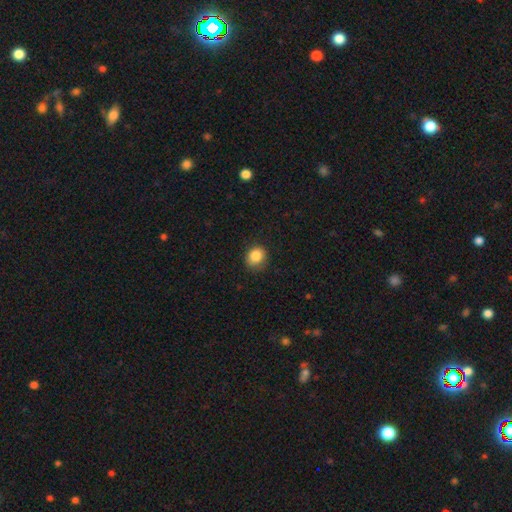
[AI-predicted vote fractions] Smooth or featured? Predicted: smooth (p=0.86). How rounded? Predicted: round (p=0.71). Merging? Predicted: none (p=0.82).